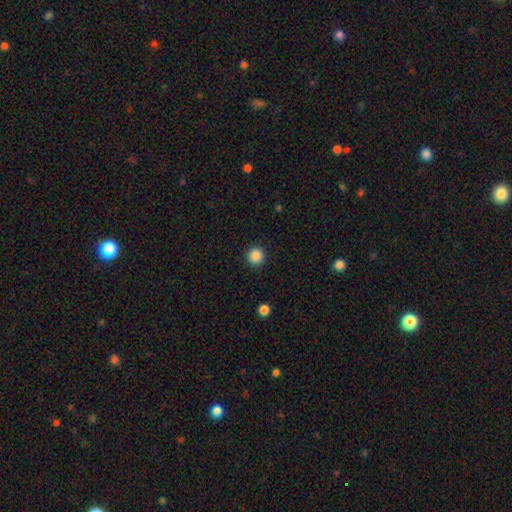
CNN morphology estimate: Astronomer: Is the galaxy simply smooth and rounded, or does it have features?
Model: smooth — 87%.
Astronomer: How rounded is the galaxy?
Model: round — 95%.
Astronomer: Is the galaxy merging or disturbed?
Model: none — 92%.